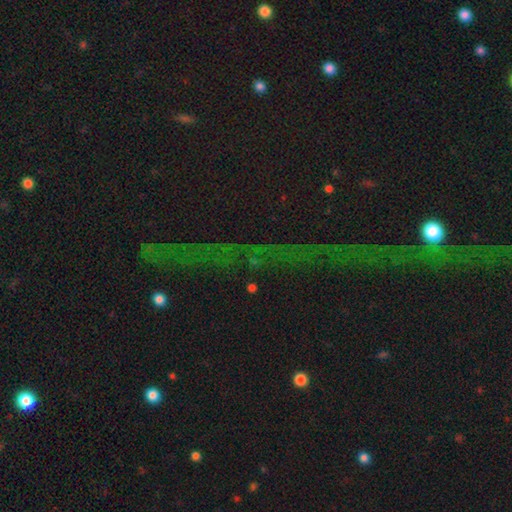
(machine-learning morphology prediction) smooth-or-featured: star or artifact: 79% | featured or disk: 11% | smooth: 10%